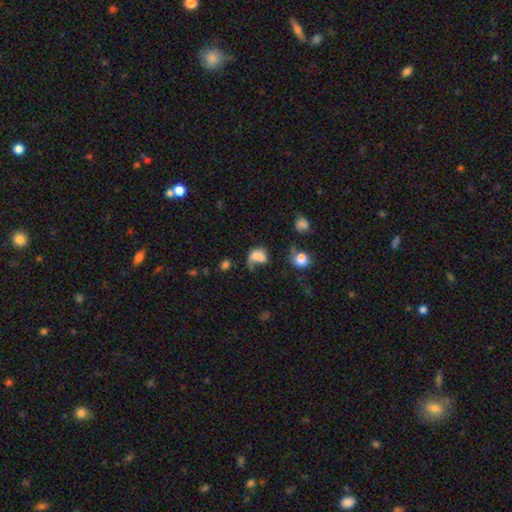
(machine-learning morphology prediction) Overall: smooth (64%). How rounded: in between (66%; round 32%). Merging: major disturbance (42%; none 24%).